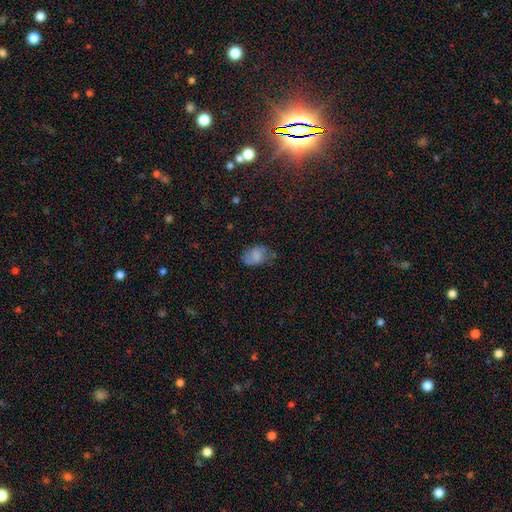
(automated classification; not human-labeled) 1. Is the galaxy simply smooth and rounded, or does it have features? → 62% smooth, 28% featured or disk, 10% star or artifact.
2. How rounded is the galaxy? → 81% in between, 17% round, 1% cigar-shaped.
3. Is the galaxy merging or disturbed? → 63% none, 26% minor disturbance, 9% major disturbance, 2% merger.